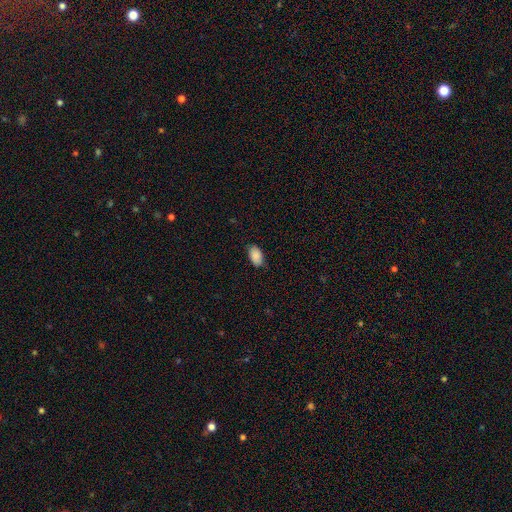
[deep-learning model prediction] A smooth galaxy with no disk features (89%) that is in between round and cigar-shaped (93%). Merging: none (81%).